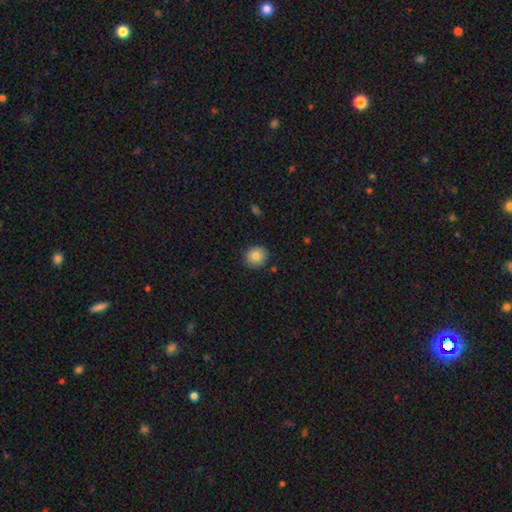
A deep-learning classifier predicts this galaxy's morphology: The model was most divided on "smooth or featured": smooth: 83%, star or artifact: 9%, featured or disk: 8%. More confident: merging — none (89%); how rounded — round (89%).